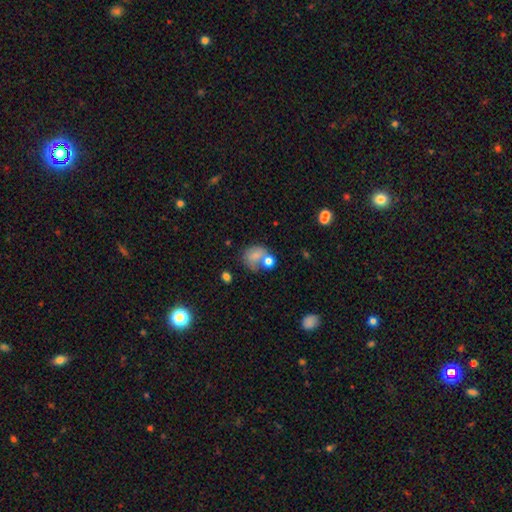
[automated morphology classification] This appears to be a smooth galaxy with no disk features (70%) that is round (56%). Merging: none (34%).